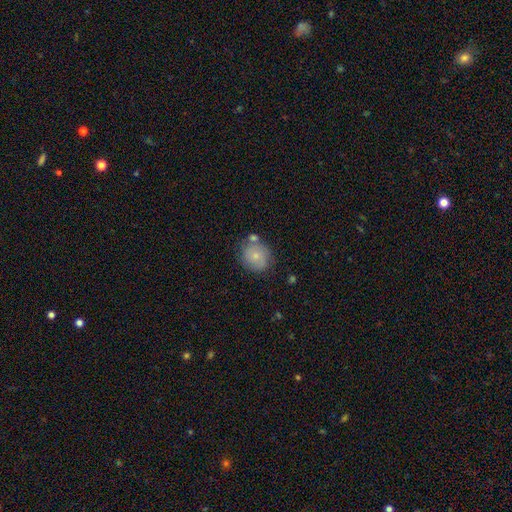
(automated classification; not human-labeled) The model was most divided on "merging": none: 67%, minor disturbance: 17%, merger: 12%, major disturbance: 4%. More confident: how rounded — round (81%); smooth or featured — smooth (75%).